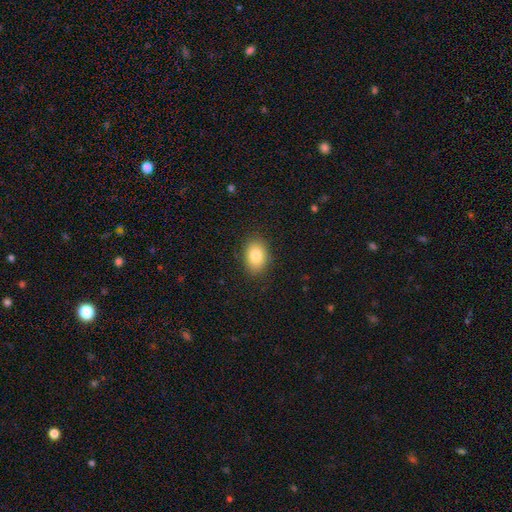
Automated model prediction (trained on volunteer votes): This is clearly a smooth galaxy (82%). How rounded: likely in between (78%). Merging: clearly none (87%).